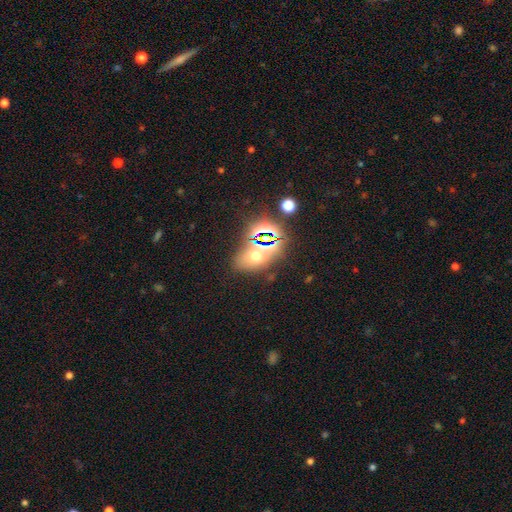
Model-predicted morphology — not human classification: Smooth or featured? smooth (48%)
Merging? none (62%)